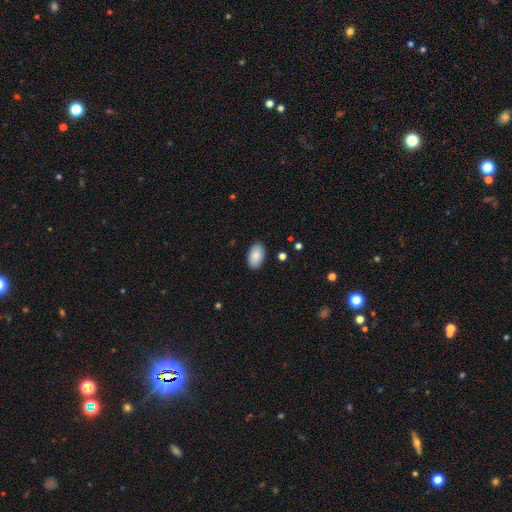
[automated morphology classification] Overall: smooth (89%). How rounded: in between (94%). Merging: none (88%).